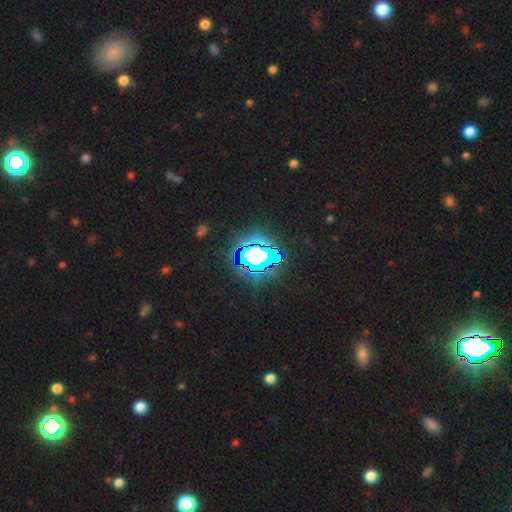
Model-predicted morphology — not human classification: Smooth or featured?
  - star or artifact: 73% *
  - smooth: 15%
  - featured or disk: 11%